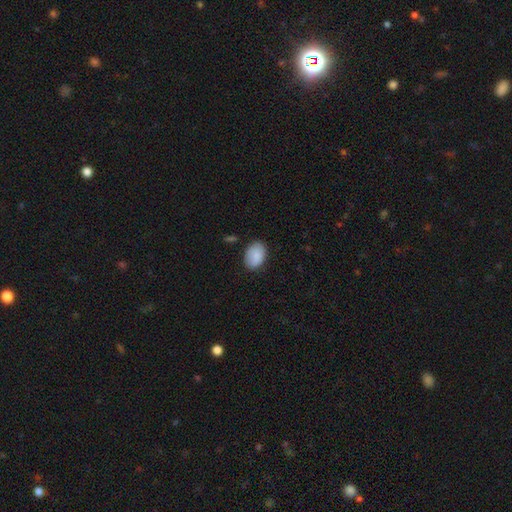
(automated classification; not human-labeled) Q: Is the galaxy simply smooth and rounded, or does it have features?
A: smooth — 87%.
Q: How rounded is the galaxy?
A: in between — 83%.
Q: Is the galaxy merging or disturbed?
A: none — 77%.